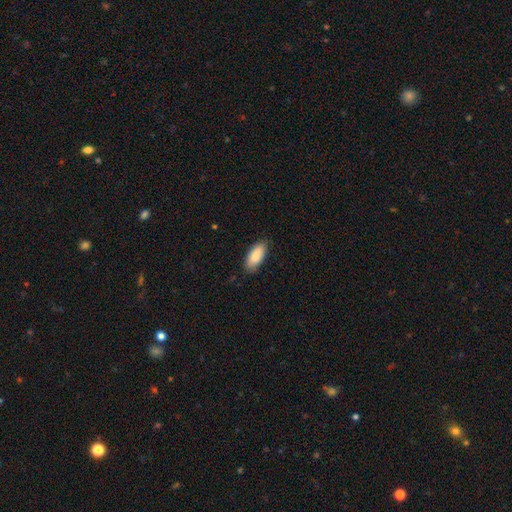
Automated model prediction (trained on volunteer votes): This appears to be a smooth galaxy with no disk features (87%) that is in between round and cigar-shaped (87%). Merging: none (83%).